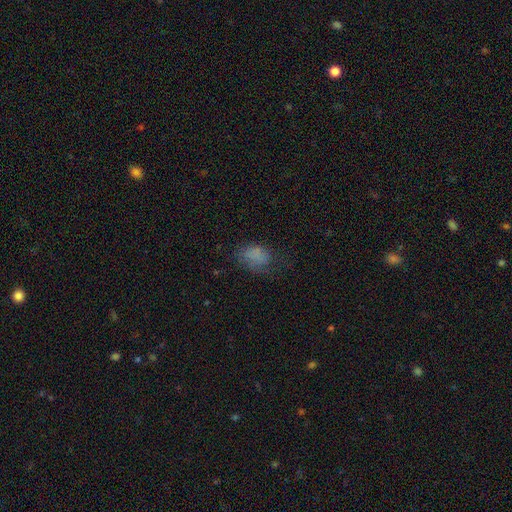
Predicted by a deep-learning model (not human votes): Smooth or featured? smooth (72%)
How rounded? in between (75%)
Merging? none (51%)